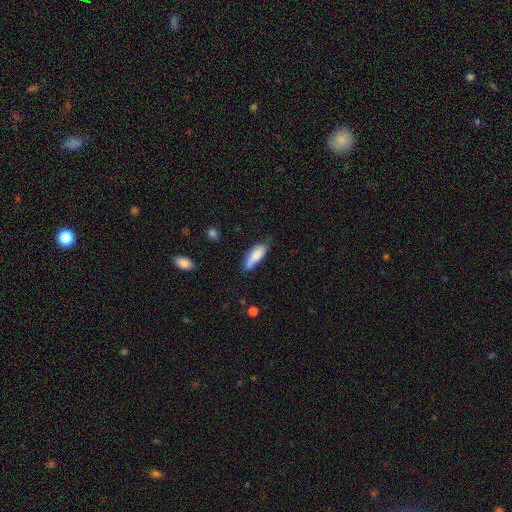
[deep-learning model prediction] Q: Smooth or featured?
A: smooth (79%); runner-up: featured or disk (14%)
Q: How rounded?
A: in between (61%); runner-up: cigar-shaped (38%)
Q: Merging?
A: none (53%); runner-up: minor disturbance (34%)